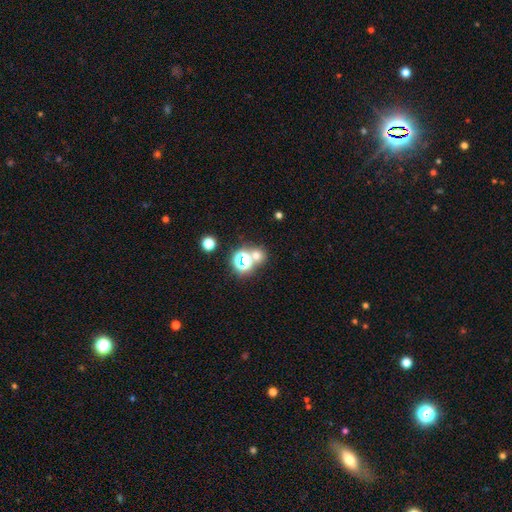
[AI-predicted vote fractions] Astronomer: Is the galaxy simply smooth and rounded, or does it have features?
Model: smooth — 56% (runner-up: star or artifact, 35%).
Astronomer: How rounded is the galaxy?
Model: round — 83%.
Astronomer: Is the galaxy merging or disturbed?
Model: none — 62%.